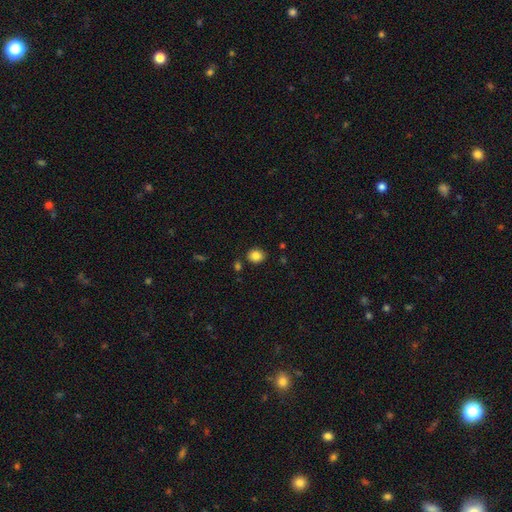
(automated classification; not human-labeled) smooth-or-featured: smooth: 85% | star or artifact: 10% | featured or disk: 5%
  how-rounded: round: 60% | in between: 39% | cigar-shaped: 1%
  merging: none: 83% | minor disturbance: 10% | merger: 4% | major disturbance: 3%